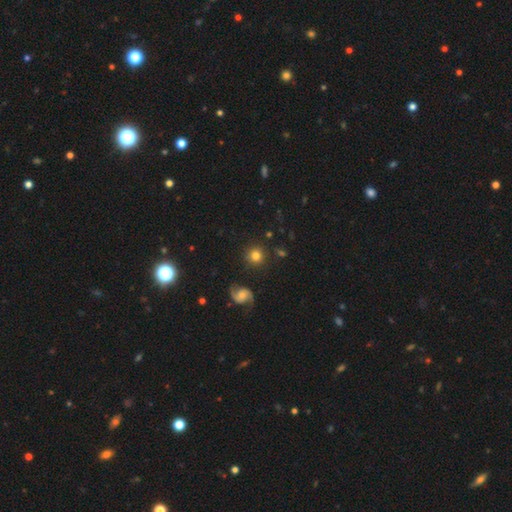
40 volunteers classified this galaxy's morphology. smooth 78%, star or artifact 12%, featured or disk 10%. Down the decision tree: how rounded — round (97%); merging — none (86%).